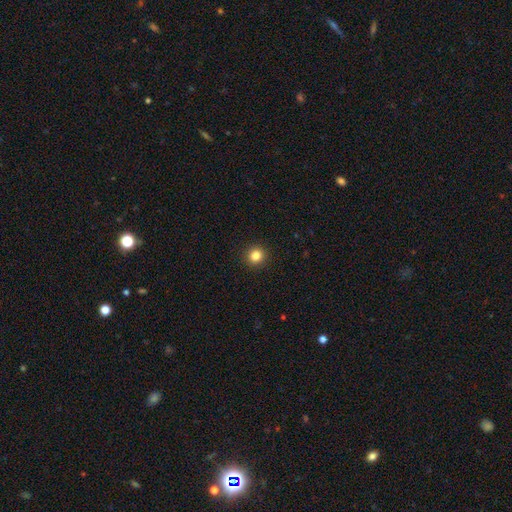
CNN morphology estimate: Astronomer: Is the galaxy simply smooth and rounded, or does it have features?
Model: smooth — 84%.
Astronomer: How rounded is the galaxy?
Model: round — 92%.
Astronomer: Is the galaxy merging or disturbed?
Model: none — 93%.